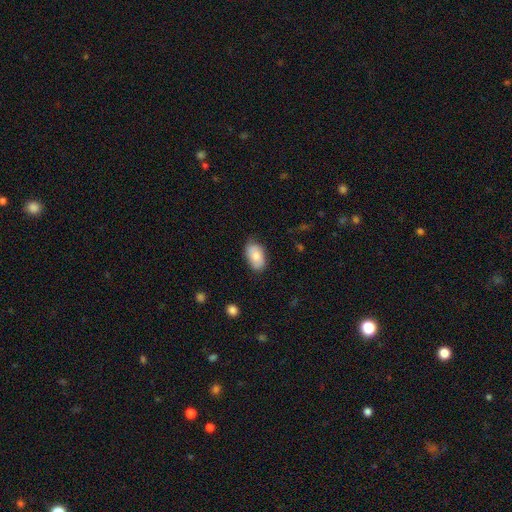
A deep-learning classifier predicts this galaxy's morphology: A smooth galaxy with no disk features (80%) that is in between round and cigar-shaped (93%).

Vote fractions:
- Smooth or featured? smooth: 80% / featured or disk: 14% / star or artifact: 6%
- How rounded? in between: 93% / round: 6% / cigar-shaped: 1%
- Merging? none: 77% / minor disturbance: 19% / major disturbance: 3% / merger: 1%